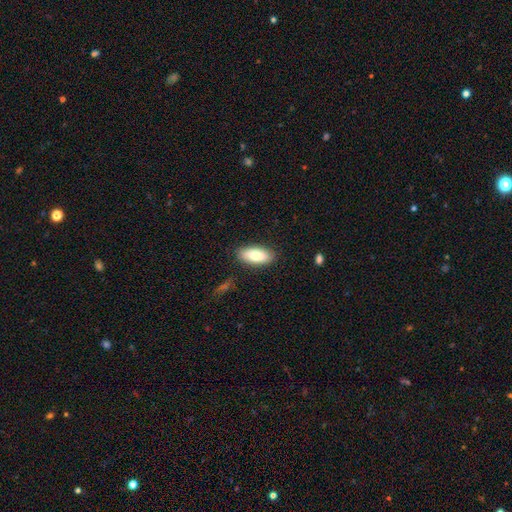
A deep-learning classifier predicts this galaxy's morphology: A smooth galaxy with no disk features (79%) that is in between round and cigar-shaped (85%). Merging: none (86%).